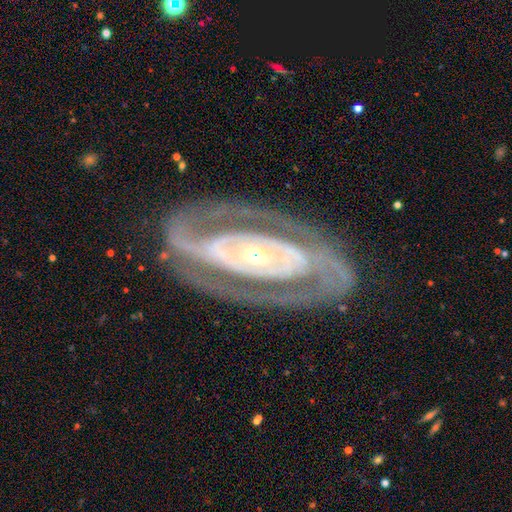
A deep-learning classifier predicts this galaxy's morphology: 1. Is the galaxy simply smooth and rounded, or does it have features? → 88% featured or disk, 7% smooth, 5% star or artifact.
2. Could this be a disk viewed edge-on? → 92% no, 8% yes.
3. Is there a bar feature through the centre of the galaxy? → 61% no, 21% strong, 18% weak.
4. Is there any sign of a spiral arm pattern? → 85% yes, 15% no.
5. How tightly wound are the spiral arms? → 62% tight, 29% medium, 9% loose.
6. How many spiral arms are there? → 73% 2, 13% can't tell, 5% 3, 4% 1, 2% 4, 2% more than 4.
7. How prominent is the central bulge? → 58% small, 35% moderate, 4% large, 1% dominant, 1% none.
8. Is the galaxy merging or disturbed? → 79% none, 12% minor disturbance, 7% major disturbance, 1% merger.